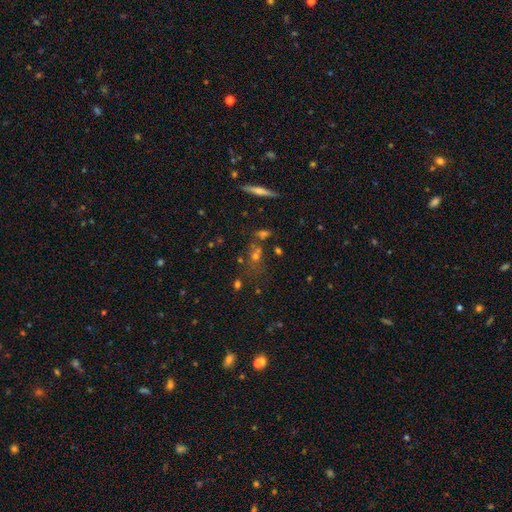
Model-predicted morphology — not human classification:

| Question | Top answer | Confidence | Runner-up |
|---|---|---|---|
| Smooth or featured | smooth | 40% | star or artifact (36%) |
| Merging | none | 63% | merger (17%) |